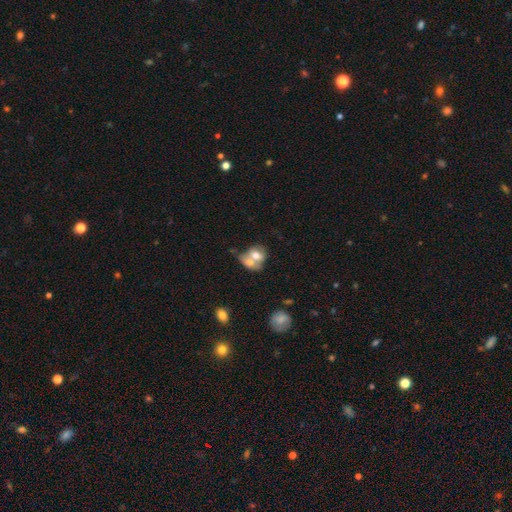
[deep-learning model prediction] Smooth or featured?
  - smooth: 64% *
  - featured or disk: 28%
  - star or artifact: 8%
How rounded?
  - round: 51% *
  - in between: 48%
  - cigar-shaped: 1%
Merging?
  - merger: 69% *
  - none: 18%
  - minor disturbance: 8%
  - major disturbance: 5%